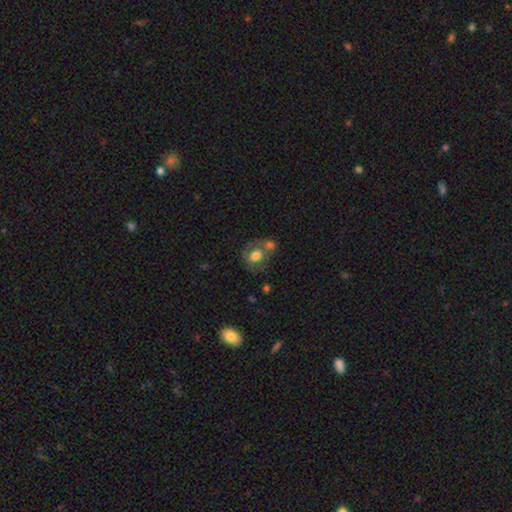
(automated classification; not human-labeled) A smooth galaxy with no disk features (67%) that is round (58%). Merging: merger (44%).